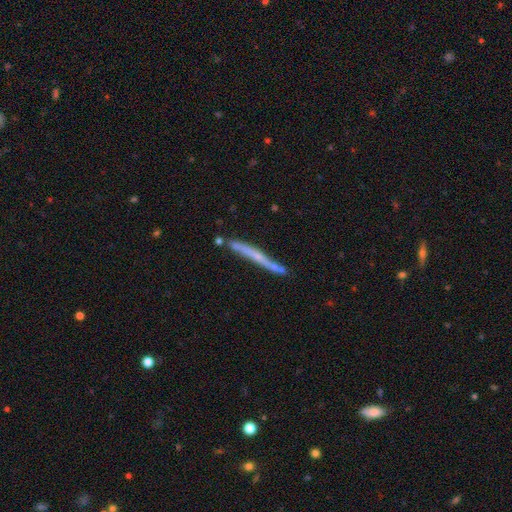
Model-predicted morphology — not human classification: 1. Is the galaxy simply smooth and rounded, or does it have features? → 55% featured or disk, 38% smooth, 7% star or artifact.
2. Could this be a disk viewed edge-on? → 94% yes, 6% no.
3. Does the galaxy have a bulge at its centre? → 76% none, 18% rounded, 6% boxy.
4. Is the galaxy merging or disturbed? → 77% none, 15% minor disturbance, 5% merger, 3% major disturbance.